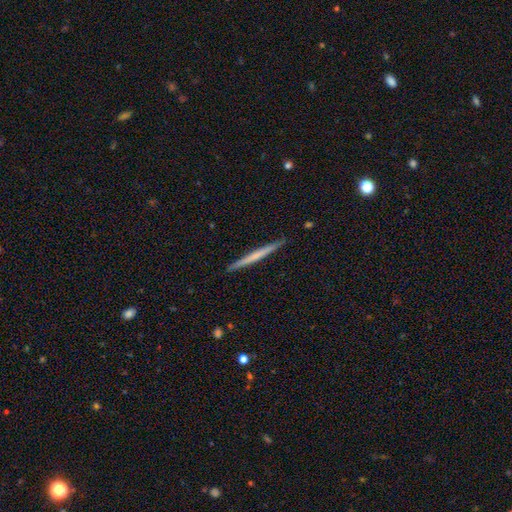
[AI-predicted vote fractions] smooth_or_featured: smooth (p=0.48) [alt: featured or disk p=0.46]
merging: none (p=0.91) [alt: minor disturbance p=0.06]